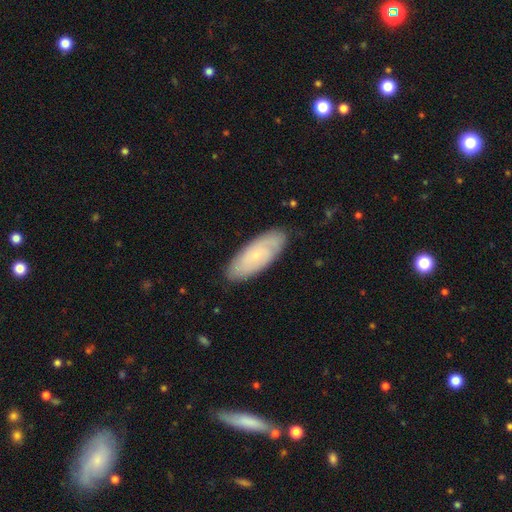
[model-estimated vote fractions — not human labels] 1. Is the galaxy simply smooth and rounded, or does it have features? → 50% featured or disk, 43% smooth, 7% star or artifact.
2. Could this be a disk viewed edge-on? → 87% no, 13% yes.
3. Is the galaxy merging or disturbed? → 83% none, 13% minor disturbance, 2% major disturbance, 1% merger.